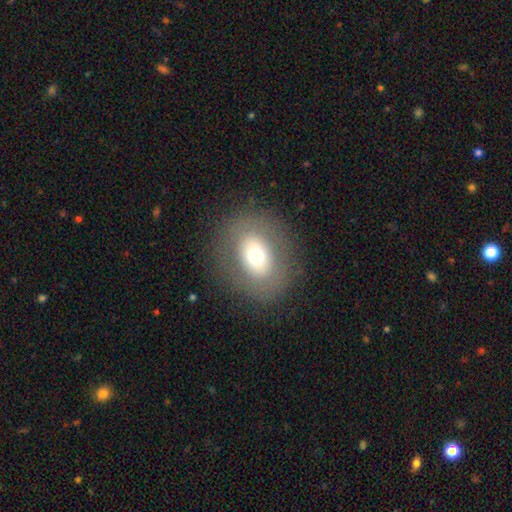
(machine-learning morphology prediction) This appears to be a smooth galaxy with no disk features (63%) that is in between round and cigar-shaped (52%). Merging: none (83%).